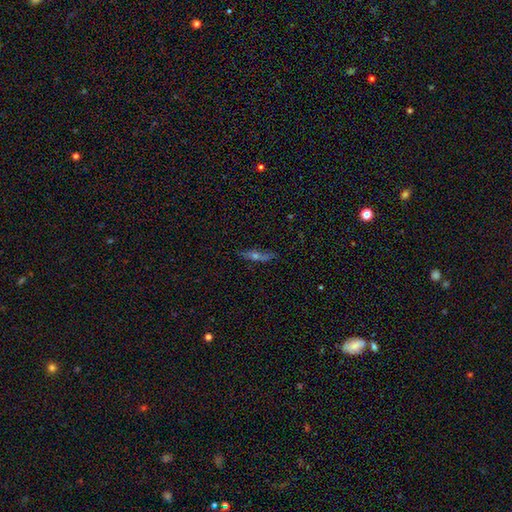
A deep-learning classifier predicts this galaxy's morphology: This appears to be a featured or disk galaxy (56%) viewed edge-on (84%). Merging: none (79%).